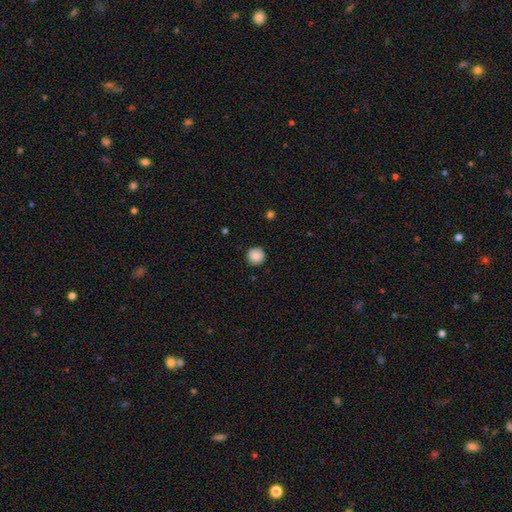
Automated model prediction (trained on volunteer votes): A smooth galaxy with no disk features (89%) that is round (95%).

Vote fractions:
- Smooth or featured? smooth: 89% / star or artifact: 9% / featured or disk: 3%
- How rounded? round: 95% / in between: 4% / cigar-shaped: 1%
- Merging? none: 91% / minor disturbance: 6% / major disturbance: 2% / merger: 1%